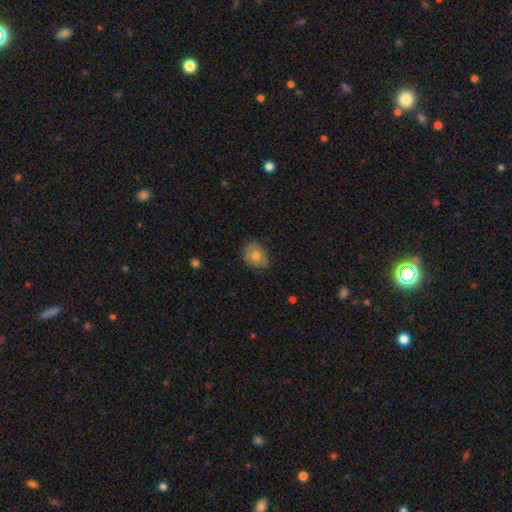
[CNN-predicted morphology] Smooth or featured? Predicted: smooth (p=0.67). How rounded? Predicted: in between (p=0.52). Merging? Predicted: none (p=0.66).